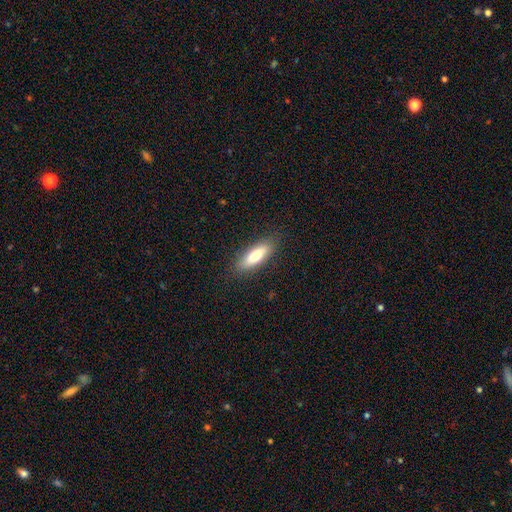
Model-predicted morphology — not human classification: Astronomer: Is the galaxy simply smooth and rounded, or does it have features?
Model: smooth — 71%.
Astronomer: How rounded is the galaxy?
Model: cigar-shaped — 51% (runner-up: in between, 47%).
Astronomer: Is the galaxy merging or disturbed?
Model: none — 86%.